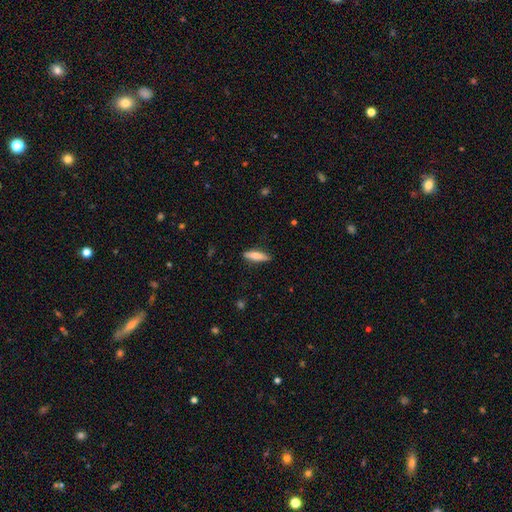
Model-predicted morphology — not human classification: The model was most divided on "how rounded": cigar-shaped: 64%, in between: 34%, round: 2%. More confident: merging — none (84%); smooth or featured — smooth (73%).